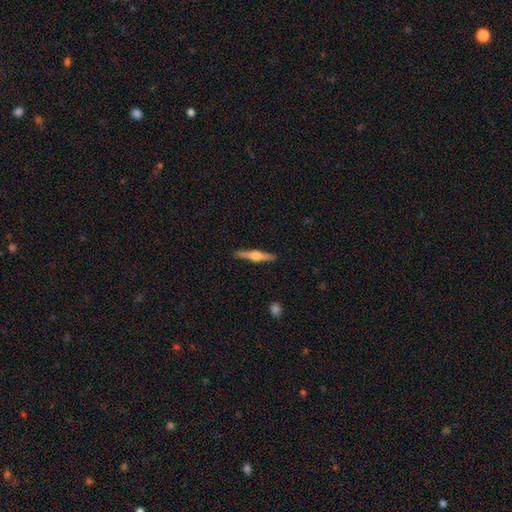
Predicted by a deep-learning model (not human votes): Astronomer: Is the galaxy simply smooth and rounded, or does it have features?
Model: featured or disk — 72%.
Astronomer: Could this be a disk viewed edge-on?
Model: yes — 98%.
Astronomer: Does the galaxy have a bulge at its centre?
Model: rounded — 93%.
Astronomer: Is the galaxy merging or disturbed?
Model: none — 91%.